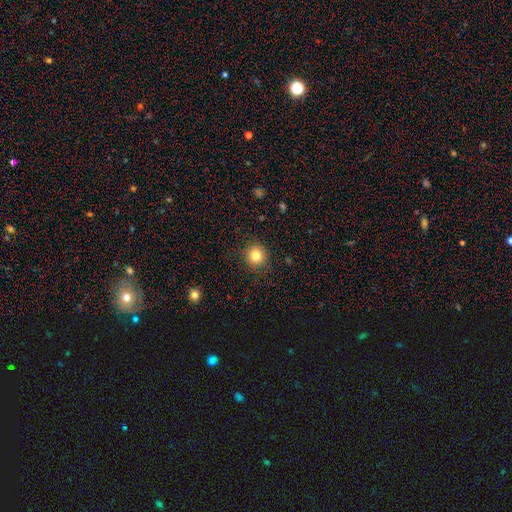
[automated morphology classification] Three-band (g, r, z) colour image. It shows a smooth galaxy with no disk features (82%) that is round (93%). Merging: none (90%).